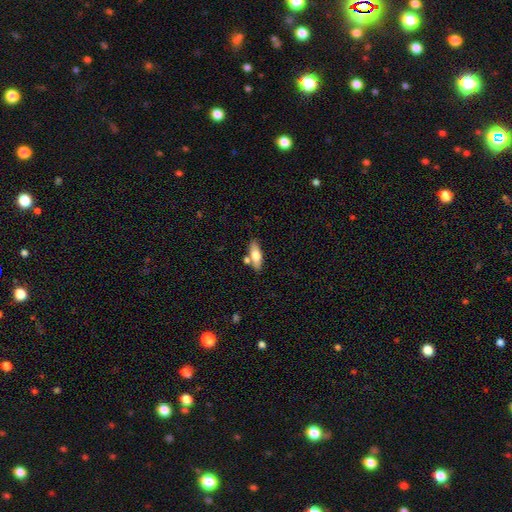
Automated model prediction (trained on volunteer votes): Smooth or featured?
  - smooth: 68% *
  - featured or disk: 26%
  - star or artifact: 6%
How rounded?
  - in between: 64% *
  - cigar-shaped: 33%
  - round: 3%
Merging?
  - none: 72% *
  - merger: 13%
  - minor disturbance: 12%
  - major disturbance: 3%